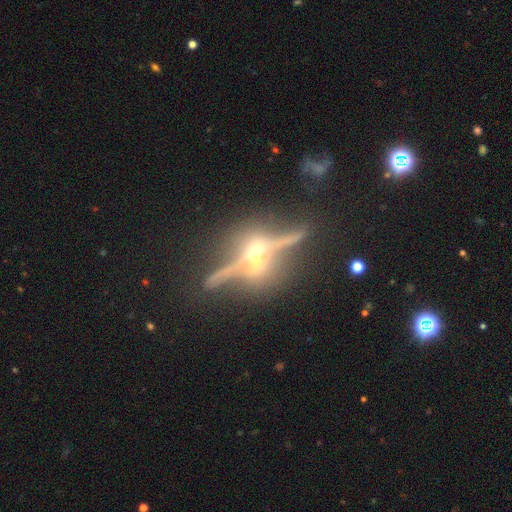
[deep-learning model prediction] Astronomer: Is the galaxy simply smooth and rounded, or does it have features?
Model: featured or disk — 86%.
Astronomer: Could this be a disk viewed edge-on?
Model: yes — 87%.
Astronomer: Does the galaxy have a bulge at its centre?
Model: rounded — 94%.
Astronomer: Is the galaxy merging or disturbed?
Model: none — 72%.